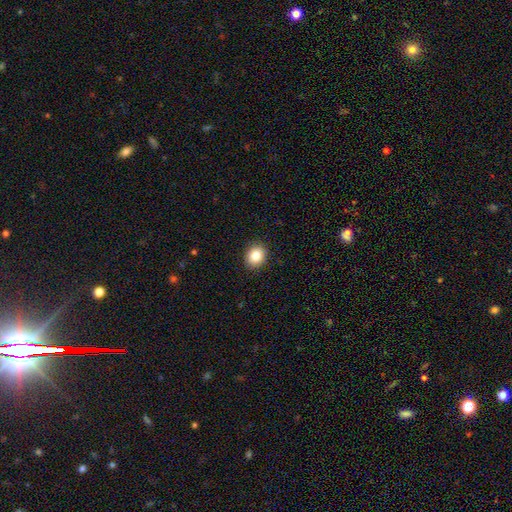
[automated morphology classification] The model was most divided on "how rounded": round: 64%, in between: 36%, cigar-shaped: 1%. More confident: merging — none (91%); smooth or featured — smooth (84%).